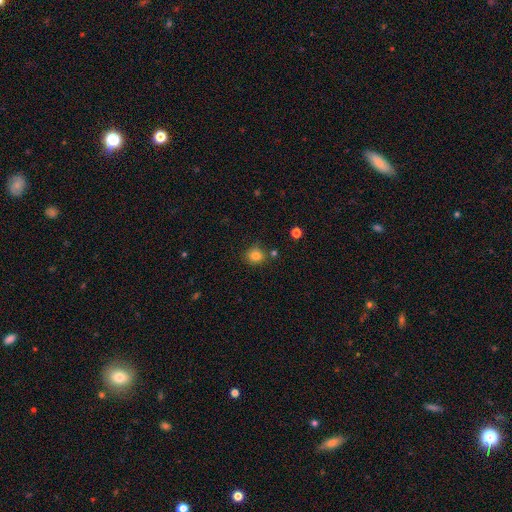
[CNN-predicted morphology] Smooth or featured: smooth — 82% (star or artifact — 12%)
How rounded: round — 86% (in between — 13%)
Merging: none — 81% (minor disturbance — 10%)